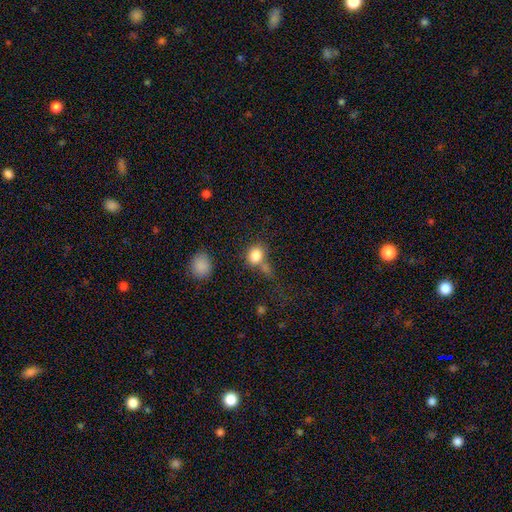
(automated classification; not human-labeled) A smooth galaxy with no disk features (83%) that is round (65%). Merging: none (48%).